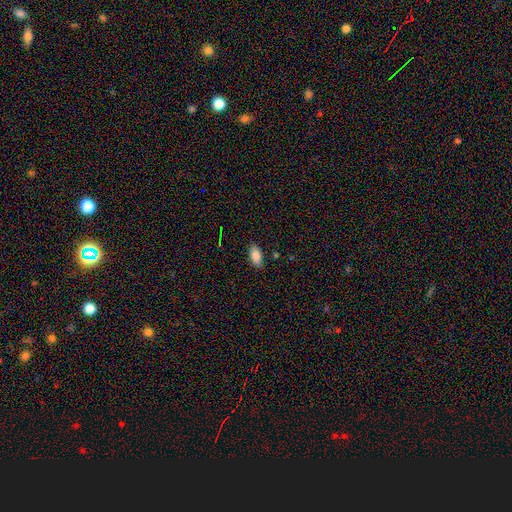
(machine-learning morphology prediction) A smooth galaxy with no disk features (84%) that is in between round and cigar-shaped (92%).

Vote fractions:
- Smooth or featured? smooth: 84% / star or artifact: 8% / featured or disk: 8%
- How rounded? in between: 92% / cigar-shaped: 5% / round: 3%
- Merging? none: 82% / minor disturbance: 14% / major disturbance: 2% / merger: 2%